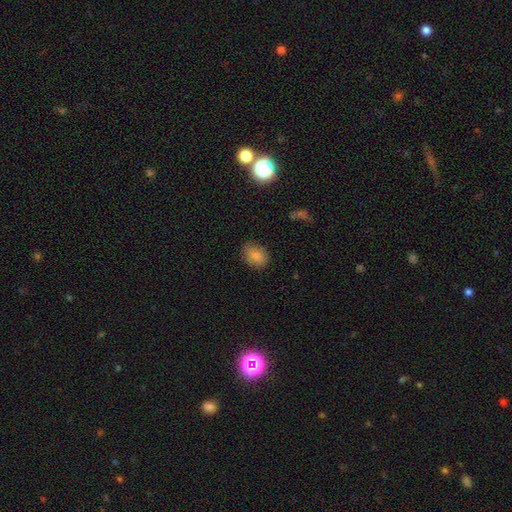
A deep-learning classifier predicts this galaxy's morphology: A smooth galaxy with no disk features (85%) that is in between round and cigar-shaped (68%). Merging: none (76%).